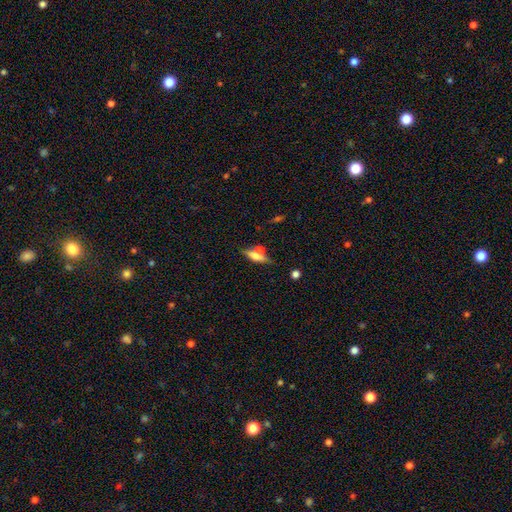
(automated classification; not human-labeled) smooth_or_featured: smooth (p=0.53) [alt: featured or disk p=0.38]
how_rounded: cigar-shaped (p=0.59) [alt: in between p=0.36]
merging: none (p=0.54) [alt: merger p=0.29]